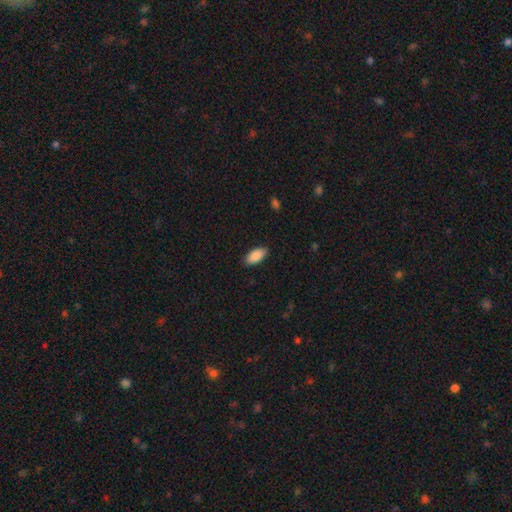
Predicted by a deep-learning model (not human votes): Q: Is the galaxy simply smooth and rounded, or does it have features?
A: smooth — 89%.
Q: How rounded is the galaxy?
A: in between — 91%.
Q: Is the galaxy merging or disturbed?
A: none — 87%.